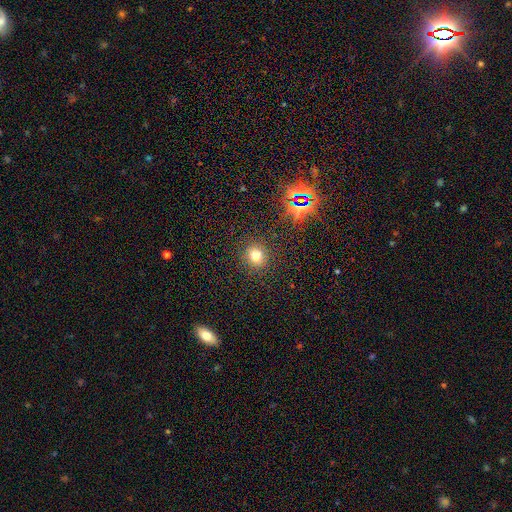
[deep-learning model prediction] A smooth galaxy with no disk features (70%) that is round (81%). Merging: none (88%).